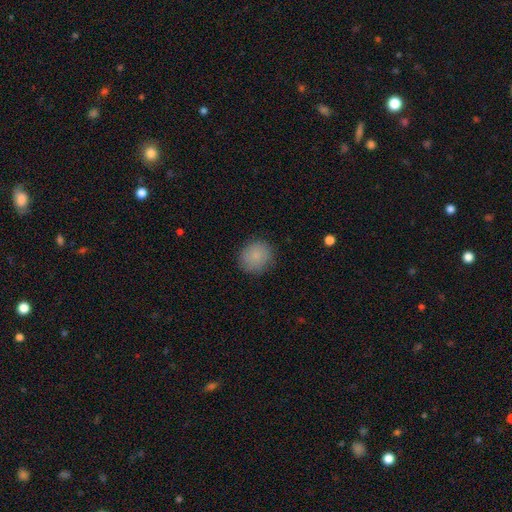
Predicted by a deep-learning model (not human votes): Overall: smooth (85%). How rounded: round (84%). Merging: none (85%).